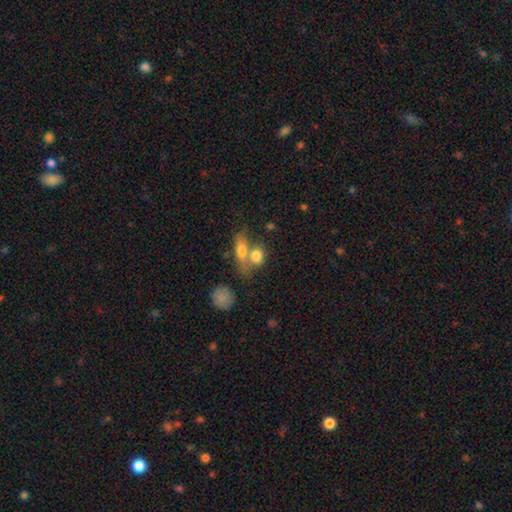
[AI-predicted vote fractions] A smooth galaxy with no disk features (76%) that is in between round and cigar-shaped (65%). Merging: merger (53%).